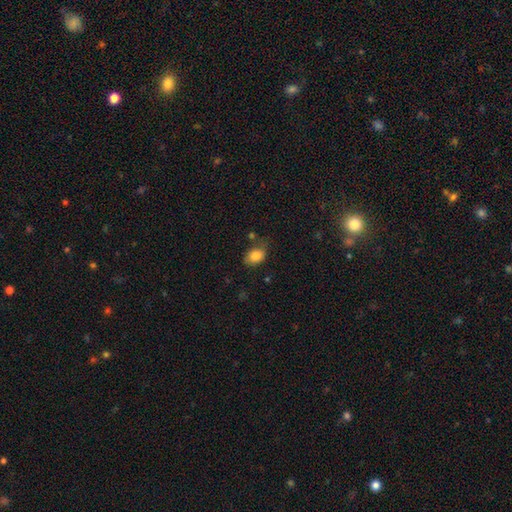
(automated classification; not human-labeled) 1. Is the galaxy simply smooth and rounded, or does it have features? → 84% smooth, 8% star or artifact, 8% featured or disk.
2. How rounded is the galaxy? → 78% in between, 20% round, 1% cigar-shaped.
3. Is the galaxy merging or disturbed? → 63% none, 26% minor disturbance, 7% major disturbance, 5% merger.